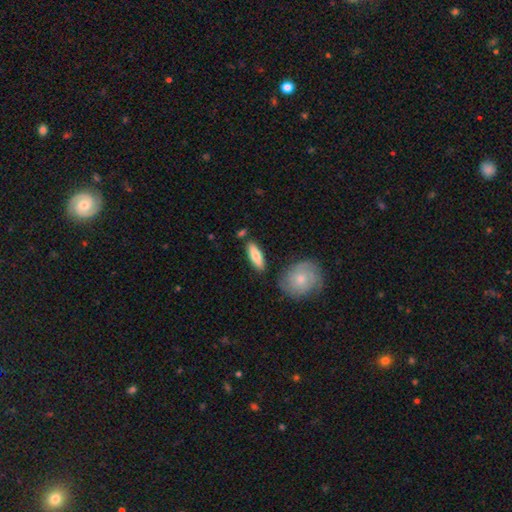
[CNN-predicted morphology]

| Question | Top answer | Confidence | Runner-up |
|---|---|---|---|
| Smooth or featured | smooth | 73% | featured or disk (22%) |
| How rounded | in between | 56% | cigar-shaped (42%) |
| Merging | none | 81% | minor disturbance (11%) |